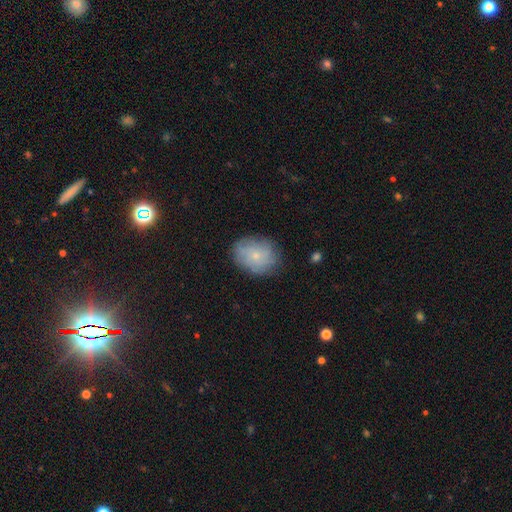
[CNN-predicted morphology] smooth-or-featured: smooth: 60% | featured or disk: 31% | star or artifact: 10%
  how-rounded: in between: 57% | round: 41% | cigar-shaped: 1%
  merging: none: 76% | minor disturbance: 17% | major disturbance: 5% | merger: 1%